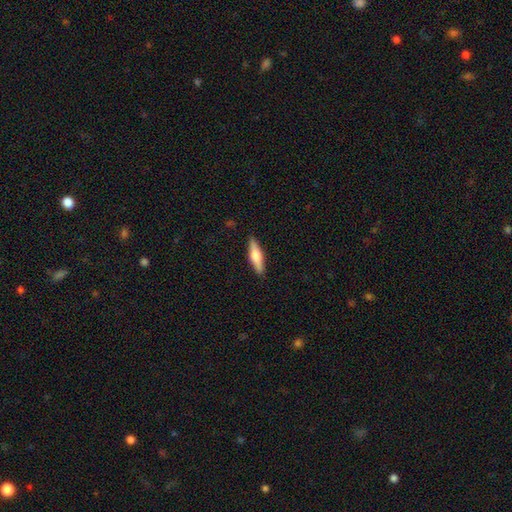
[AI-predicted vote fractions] A smooth galaxy with no disk features (55%) that is cigar-shaped (67%). Merging: none (89%).